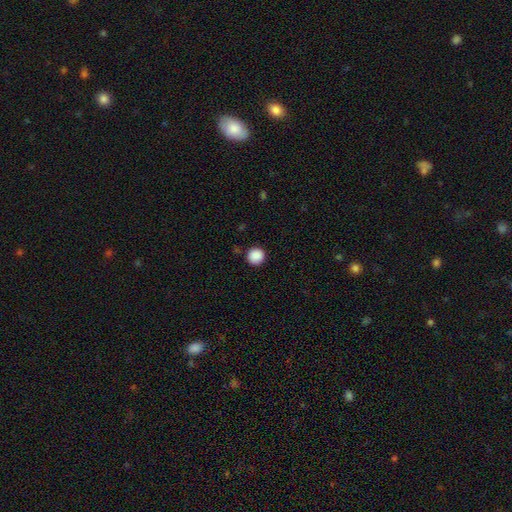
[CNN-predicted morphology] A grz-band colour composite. It shows a smooth galaxy with no disk features (89%) that is round (94%). Merging: none (90%).